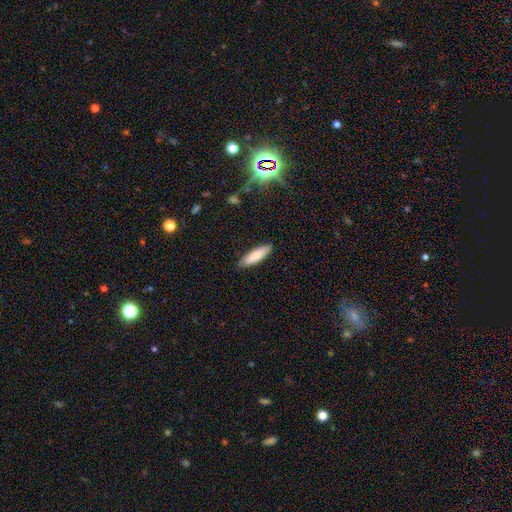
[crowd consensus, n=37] Q: Smooth or featured?
A: smooth (89%); runner-up: star or artifact (8%)
Q: How rounded?
A: cigar-shaped (61%); runner-up: in between (39%)
Q: Merging?
A: none (97%); runner-up: minor disturbance (3%)